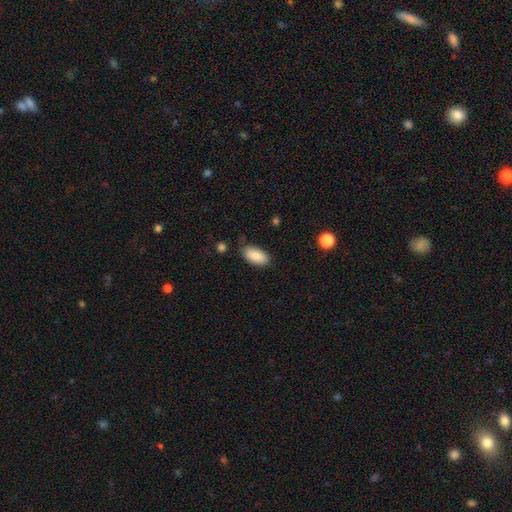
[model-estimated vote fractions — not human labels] This appears to be a smooth galaxy with no disk features (87%) that is in between round and cigar-shaped (94%). Merging: none (77%).